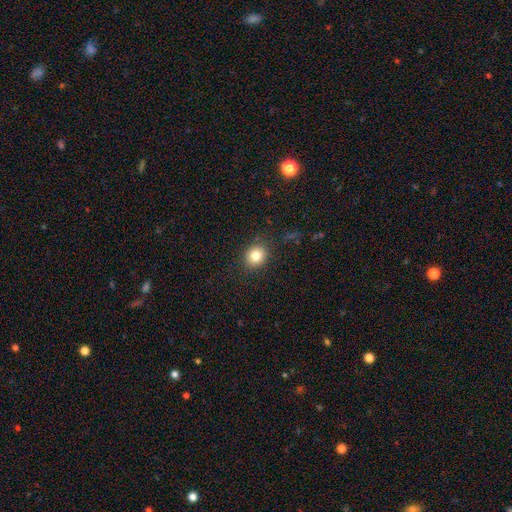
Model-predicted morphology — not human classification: Overall: smooth (82%). How rounded: round (74%). Merging: none (88%).